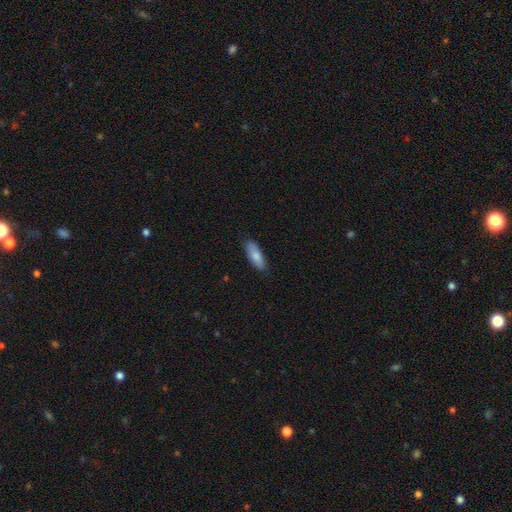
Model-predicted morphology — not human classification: Smooth or featured? smooth (83%)
How rounded? in between (63%)
Merging? none (83%)